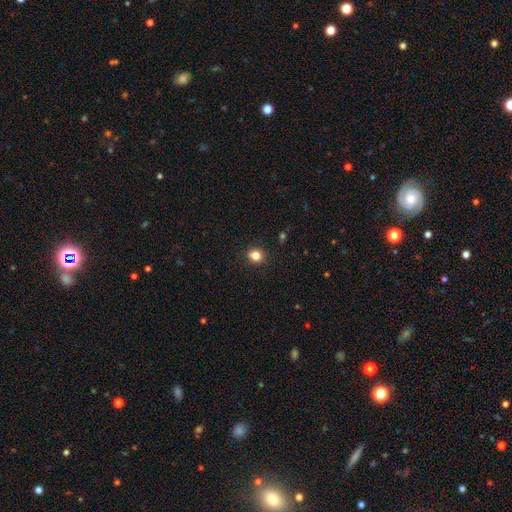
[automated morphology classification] type=smooth (82%); roundness=round (73%); merging=none (90%).